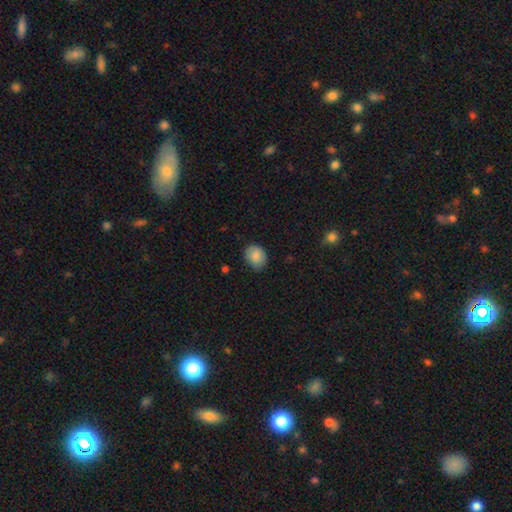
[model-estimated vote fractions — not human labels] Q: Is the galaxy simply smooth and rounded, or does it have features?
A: smooth — 86%.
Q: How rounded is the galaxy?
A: in between — 50%.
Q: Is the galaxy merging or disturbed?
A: none — 76%.